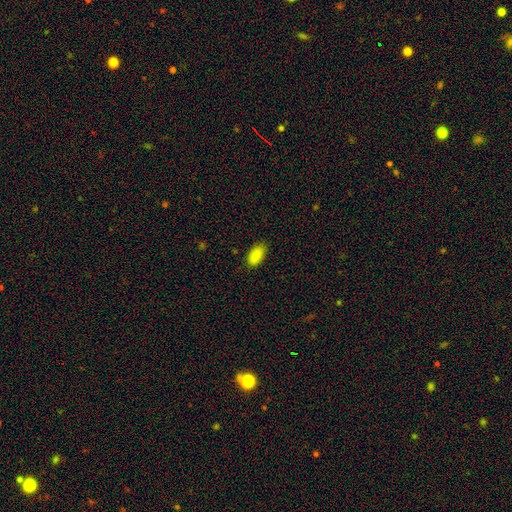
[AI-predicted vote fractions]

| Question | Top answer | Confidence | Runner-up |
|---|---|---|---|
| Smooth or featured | smooth | 89% | star or artifact (8%) |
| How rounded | in between | 92% | cigar-shaped (5%) |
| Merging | none | 82% | minor disturbance (14%) |